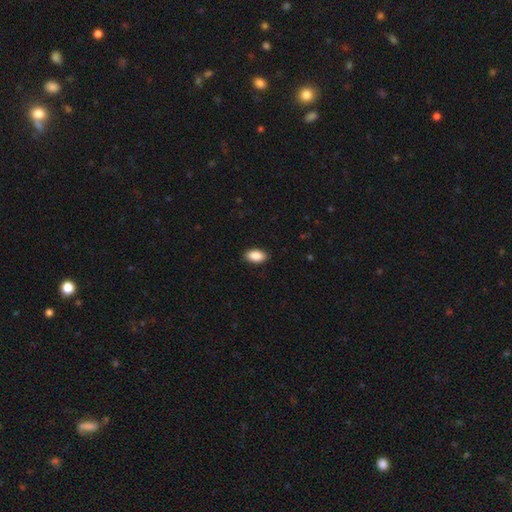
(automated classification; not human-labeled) Smooth or featured: smooth — 90% (star or artifact — 7%)
How rounded: in between — 93% (round — 4%)
Merging: none — 89% (minor disturbance — 9%)